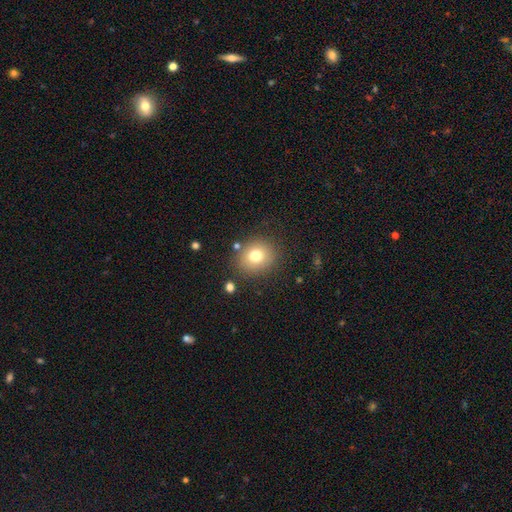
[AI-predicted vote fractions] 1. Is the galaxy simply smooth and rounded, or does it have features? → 75% smooth, 13% star or artifact, 12% featured or disk.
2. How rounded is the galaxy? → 77% round, 22% in between, 1% cigar-shaped.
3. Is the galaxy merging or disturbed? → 83% none, 9% minor disturbance, 4% major disturbance, 3% merger.